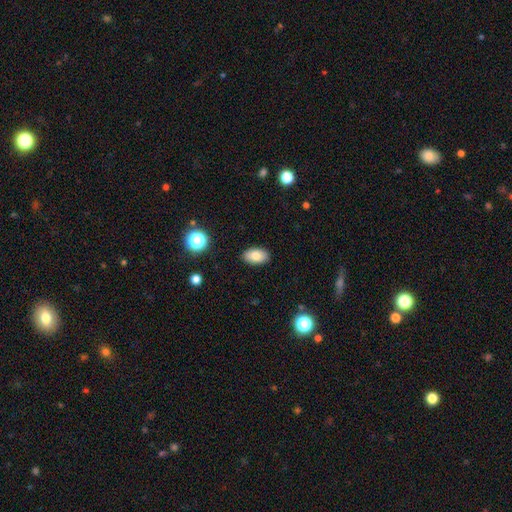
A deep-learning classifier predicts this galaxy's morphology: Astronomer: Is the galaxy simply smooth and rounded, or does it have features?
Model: smooth — 81%.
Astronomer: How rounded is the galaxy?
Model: in between — 92%.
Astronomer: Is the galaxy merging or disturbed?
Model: none — 88%.